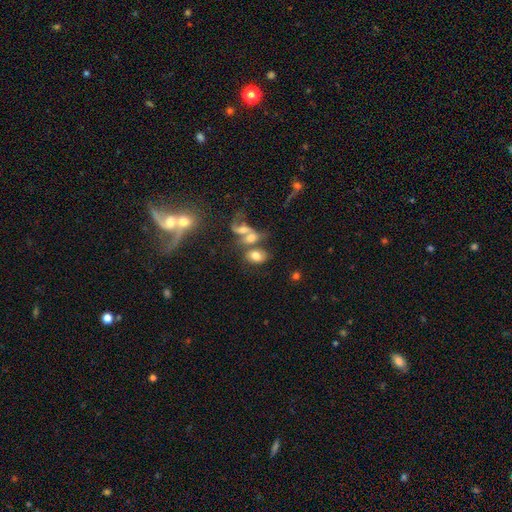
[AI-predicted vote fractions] Smooth or featured: smooth — 68% (featured or disk — 20%)
How rounded: in between — 79% (round — 19%)
Merging: merger — 42% (none — 37%)